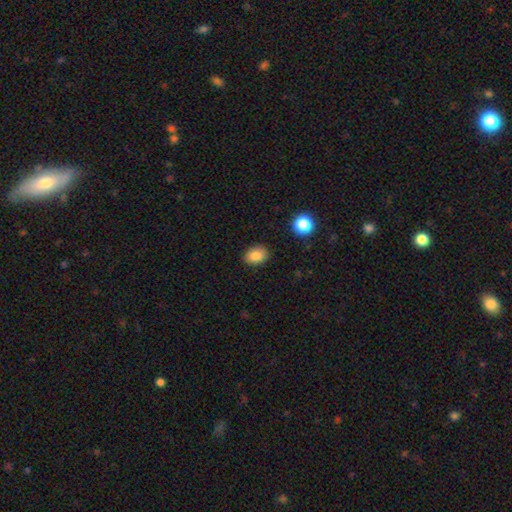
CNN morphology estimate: smooth-or-featured: smooth: 85% | star or artifact: 9% | featured or disk: 5%
  how-rounded: in between: 73% | round: 26% | cigar-shaped: 1%
  merging: none: 87% | minor disturbance: 9% | major disturbance: 2% | merger: 1%